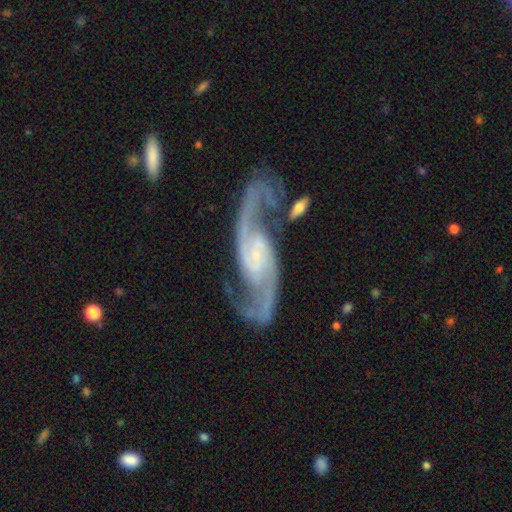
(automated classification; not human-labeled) A featured or disk galaxy (93%) with no bar (43%), 2 (94%) medium (50%) spiral arms (98%) and a small central bulge (74%). Merging: none (66%).